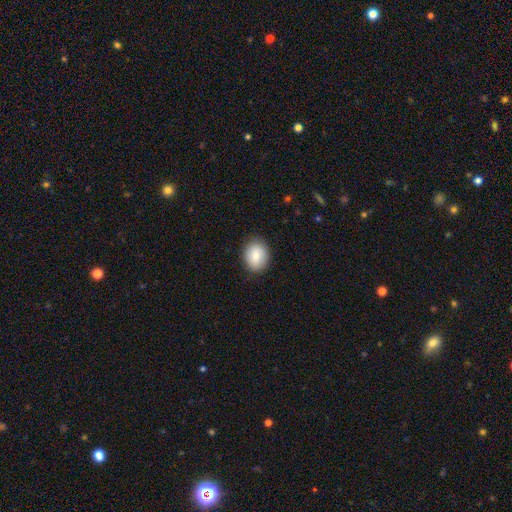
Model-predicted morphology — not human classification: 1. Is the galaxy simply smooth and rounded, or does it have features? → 81% smooth, 12% featured or disk, 8% star or artifact.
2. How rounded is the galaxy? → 58% in between, 41% round, 1% cigar-shaped.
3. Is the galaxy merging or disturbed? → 87% none, 10% minor disturbance, 2% major disturbance, 1% merger.